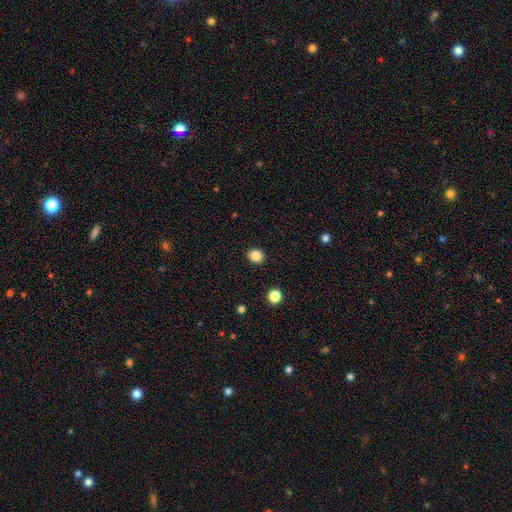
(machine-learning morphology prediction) A smooth galaxy with no disk features (84%) that is round (82%). Merging: none (92%).